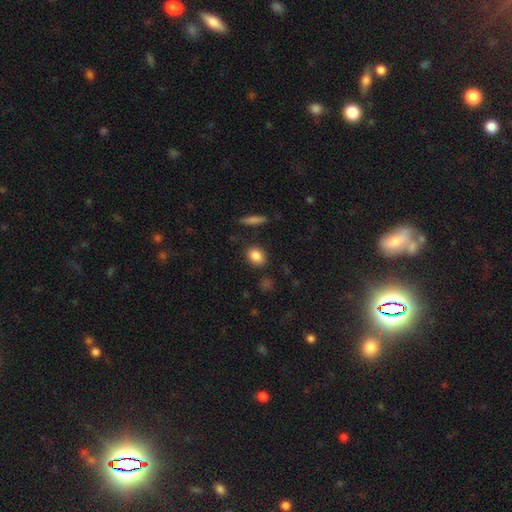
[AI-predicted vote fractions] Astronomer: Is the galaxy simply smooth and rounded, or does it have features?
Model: smooth — 86%.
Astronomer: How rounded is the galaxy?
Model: in between — 55% (runner-up: round, 43%).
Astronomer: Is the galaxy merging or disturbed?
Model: none — 86%.